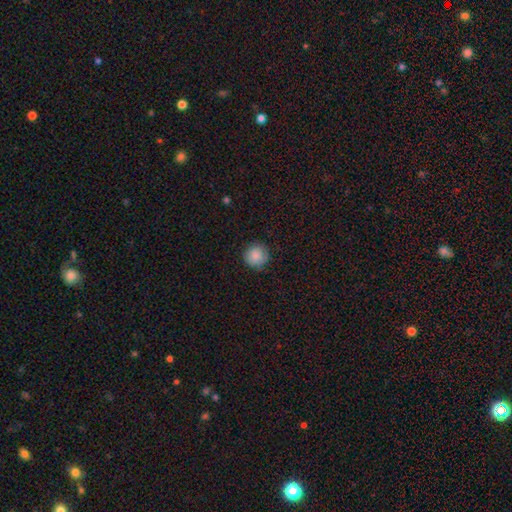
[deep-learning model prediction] Smooth or featured? Predicted: smooth (p=0.87). How rounded? Predicted: round (p=0.94). Merging? Predicted: none (p=0.86).